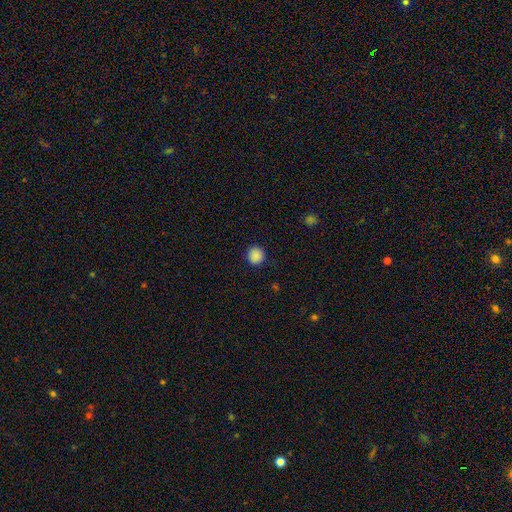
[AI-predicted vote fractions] smooth 88%, star or artifact 9%, featured or disk 3%. Down the decision tree: how rounded — round (90%); merging — none (90%).